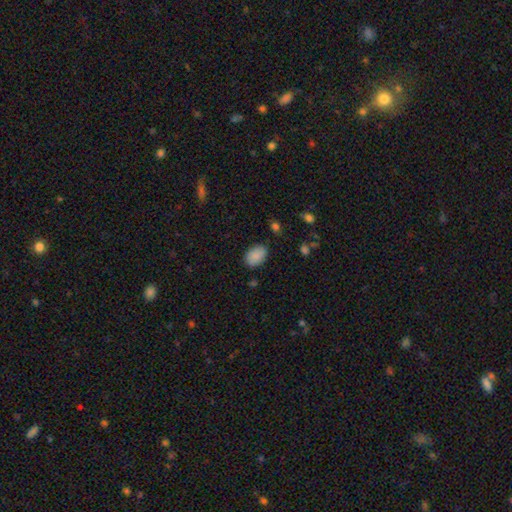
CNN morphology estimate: A smooth galaxy with no disk features (88%) that is in between round and cigar-shaped (86%). Merging: none (82%).